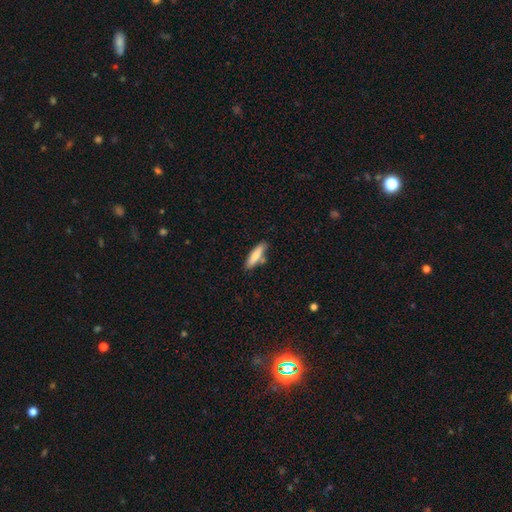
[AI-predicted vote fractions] Q: Smooth or featured?
A: smooth (79%); runner-up: featured or disk (16%)
Q: How rounded?
A: cigar-shaped (69%); runner-up: in between (30%)
Q: Merging?
A: none (71%); runner-up: minor disturbance (16%)